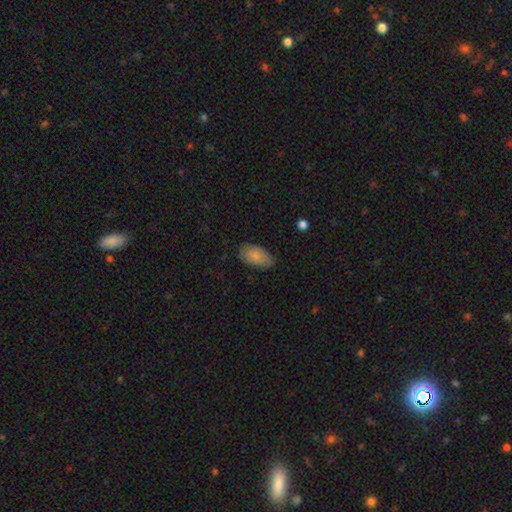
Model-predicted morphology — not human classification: smooth-or-featured: smooth: 82% | featured or disk: 11% | star or artifact: 7%
  how-rounded: in between: 94% | round: 4% | cigar-shaped: 2%
  merging: none: 74% | minor disturbance: 22% | major disturbance: 4% | merger: 1%